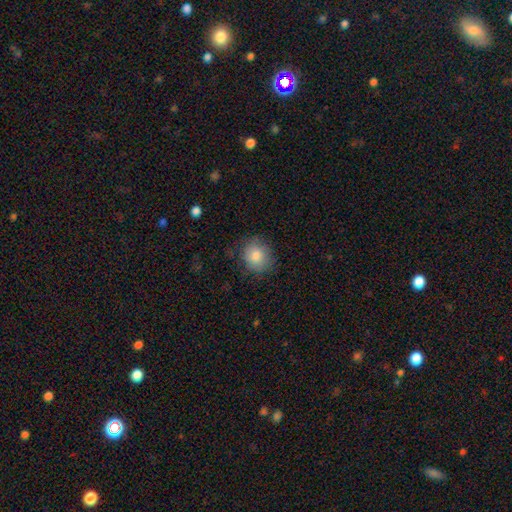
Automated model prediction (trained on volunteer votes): smooth 83%, star or artifact 9%, featured or disk 8%. Down the decision tree: how rounded — round (78%); merging — none (81%).